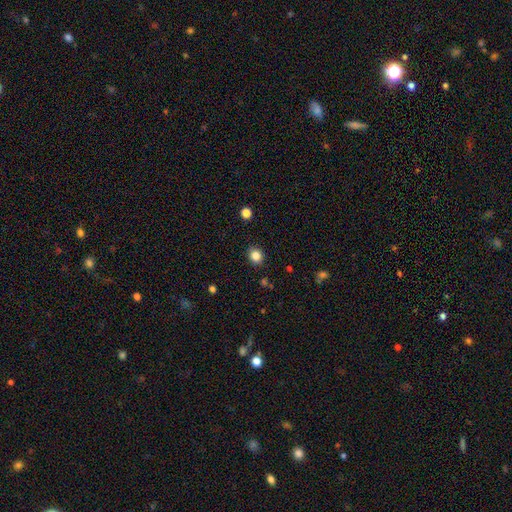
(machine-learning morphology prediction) This appears to be a smooth galaxy with no disk features (84%) that is round (71%). Merging: none (88%).